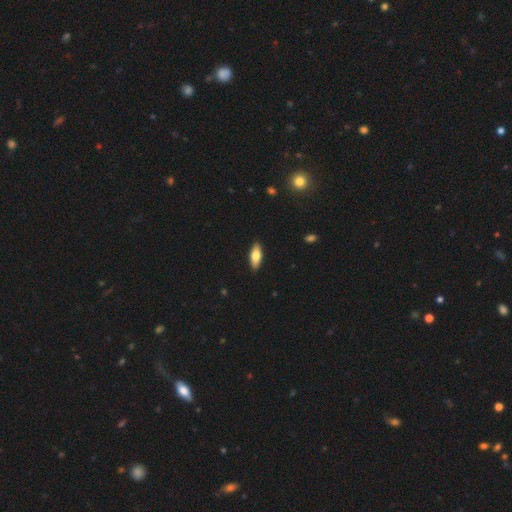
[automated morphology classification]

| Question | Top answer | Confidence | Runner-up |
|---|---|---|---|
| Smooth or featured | smooth | 70% | featured or disk (25%) |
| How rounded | in between | 67% | cigar-shaped (31%) |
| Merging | none | 90% | minor disturbance (8%) |